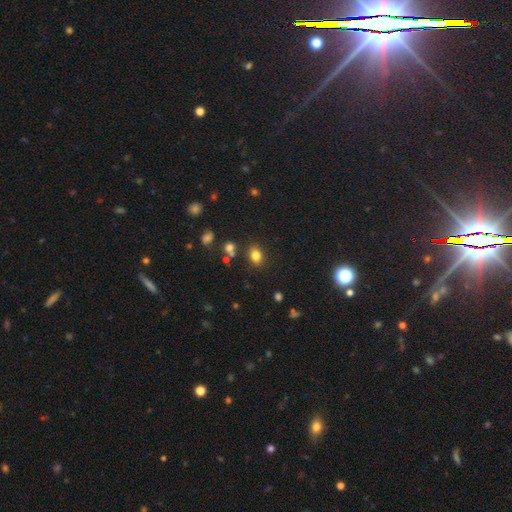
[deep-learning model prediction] smooth-or-featured: smooth: 80% | star or artifact: 13% | featured or disk: 7%
  how-rounded: in between: 60% | round: 39% | cigar-shaped: 1%
  merging: none: 81% | minor disturbance: 11% | merger: 5% | major disturbance: 3%